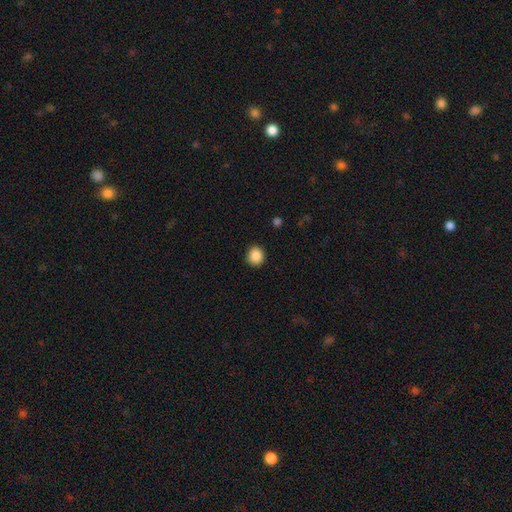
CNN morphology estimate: A smooth galaxy with no disk features (88%) that is round (85%). Merging: none (90%).